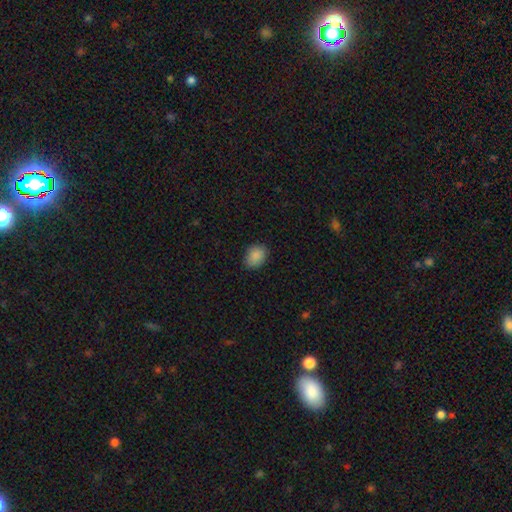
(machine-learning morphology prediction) Smooth or featured? Predicted: smooth (p=0.88). How rounded? Predicted: in between (p=0.61). Merging? Predicted: none (p=0.83).